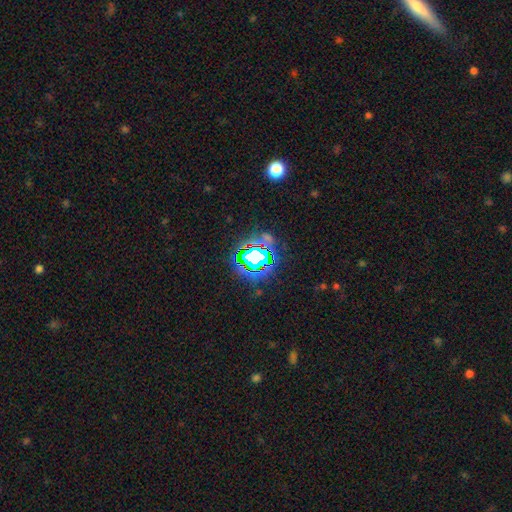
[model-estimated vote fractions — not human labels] Smooth or featured: star or artifact — 72% (smooth — 17%)